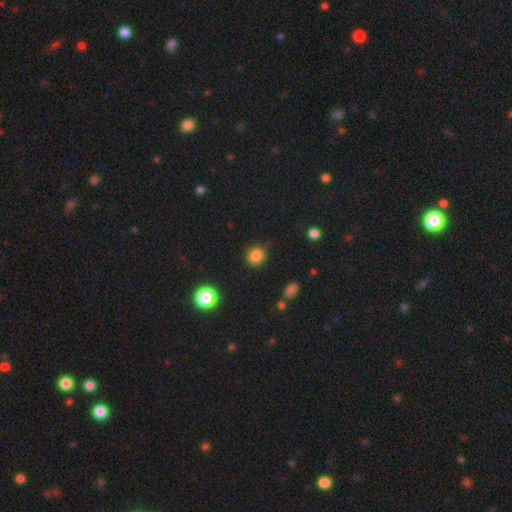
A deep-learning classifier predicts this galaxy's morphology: The model was most divided on "how rounded": round: 80%, in between: 19%, cigar-shaped: 1%. More confident: smooth or featured — smooth (84%); merging — none (83%).